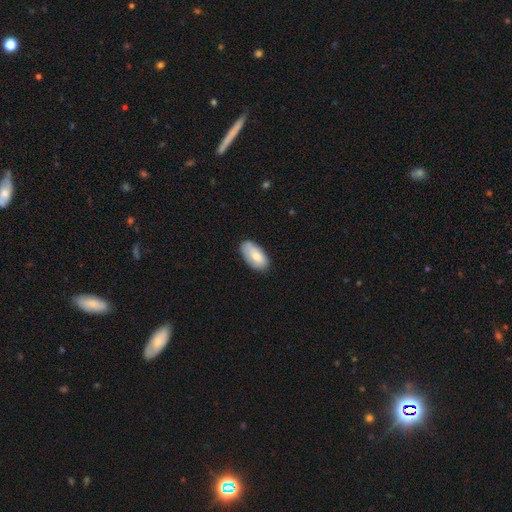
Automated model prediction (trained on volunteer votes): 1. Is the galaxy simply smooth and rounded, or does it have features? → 76% smooth, 17% featured or disk, 6% star or artifact.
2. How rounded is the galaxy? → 94% in between, 3% cigar-shaped, 3% round.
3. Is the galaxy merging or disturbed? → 77% none, 19% minor disturbance, 3% major disturbance, 1% merger.